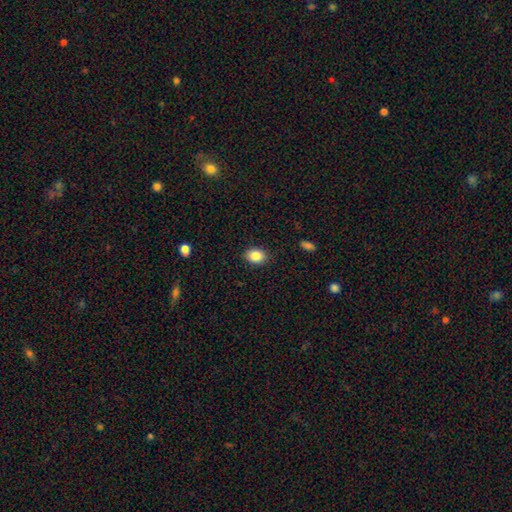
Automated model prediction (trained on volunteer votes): The model was most divided on "how rounded": in between: 70%, round: 29%, cigar-shaped: 1%. More confident: merging — none (88%); smooth or featured — smooth (86%).